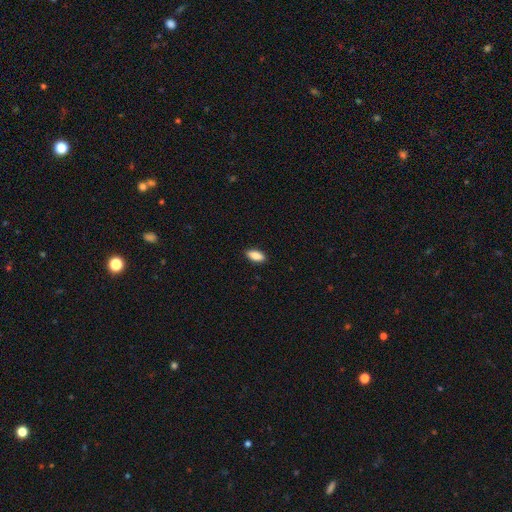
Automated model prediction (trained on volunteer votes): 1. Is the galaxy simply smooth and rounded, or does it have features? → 88% smooth, 7% star or artifact, 5% featured or disk.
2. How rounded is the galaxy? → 87% in between, 10% cigar-shaped, 3% round.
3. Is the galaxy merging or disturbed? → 89% none, 8% minor disturbance, 2% major disturbance, 1% merger.